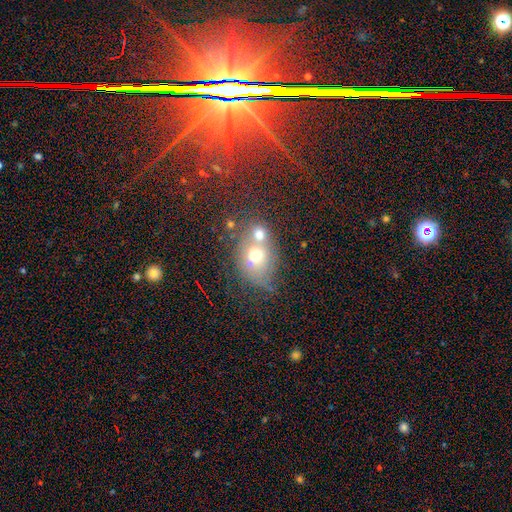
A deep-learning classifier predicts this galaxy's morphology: smooth_or_featured: smooth (p=0.62) [alt: featured or disk p=0.23]
how_rounded: round (p=0.58) [alt: in between p=0.41]
merging: merger (p=0.55) [alt: none p=0.27]